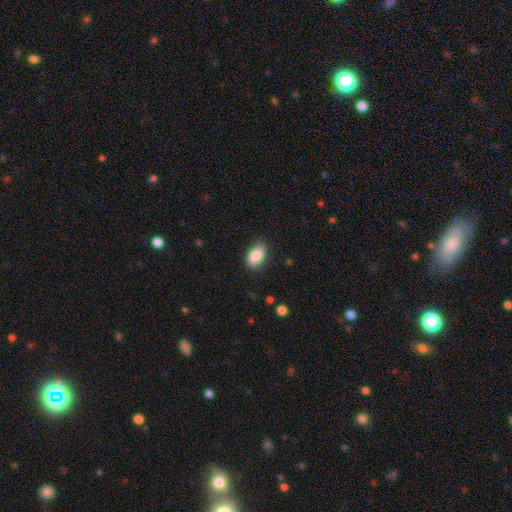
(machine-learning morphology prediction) Smooth or featured?
  - smooth: 88% *
  - star or artifact: 7%
  - featured or disk: 5%
How rounded?
  - in between: 92% *
  - round: 7%
  - cigar-shaped: 2%
Merging?
  - none: 83% *
  - minor disturbance: 13%
  - major disturbance: 3%
  - merger: 1%